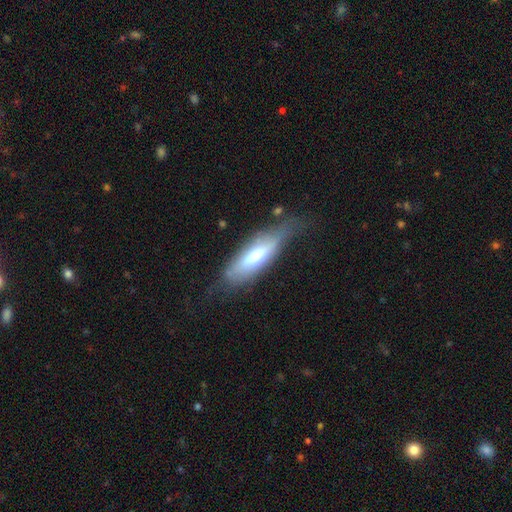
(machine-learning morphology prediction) This is possibly a smooth galaxy (52%). How rounded: possibly in between (55%). Merging: possibly none (52%).